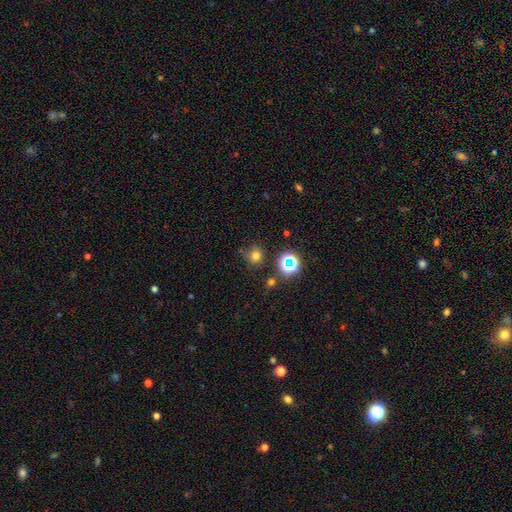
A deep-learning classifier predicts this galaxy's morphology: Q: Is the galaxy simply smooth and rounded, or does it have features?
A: smooth — 70%.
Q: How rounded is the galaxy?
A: round — 88%.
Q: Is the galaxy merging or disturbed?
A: none — 75%.